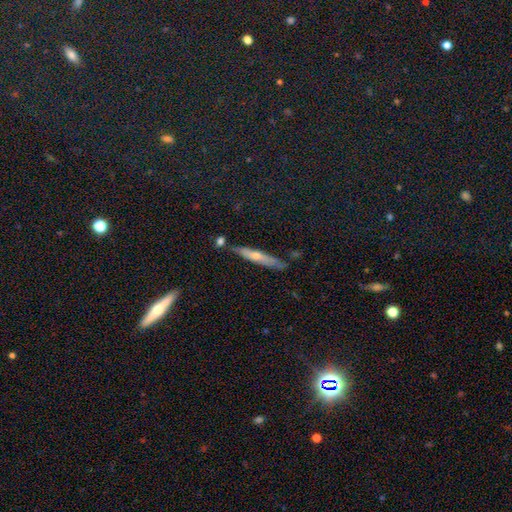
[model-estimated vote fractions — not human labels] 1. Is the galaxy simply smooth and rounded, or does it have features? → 49% featured or disk, 39% smooth, 11% star or artifact.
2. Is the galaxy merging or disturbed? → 77% none, 16% minor disturbance, 4% merger, 3% major disturbance.